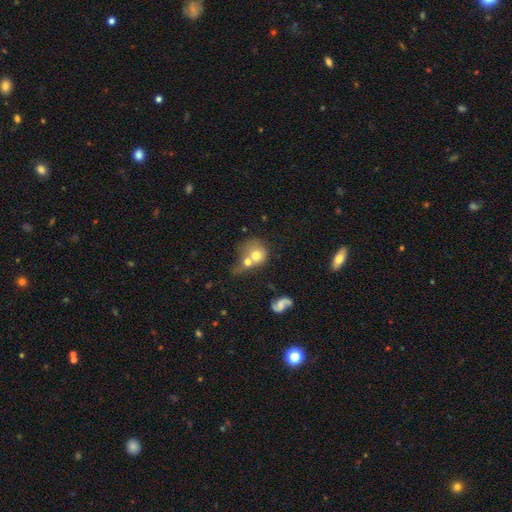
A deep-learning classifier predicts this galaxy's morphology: type=smooth (63%); roundness=round (71%); merging=merger (61%).